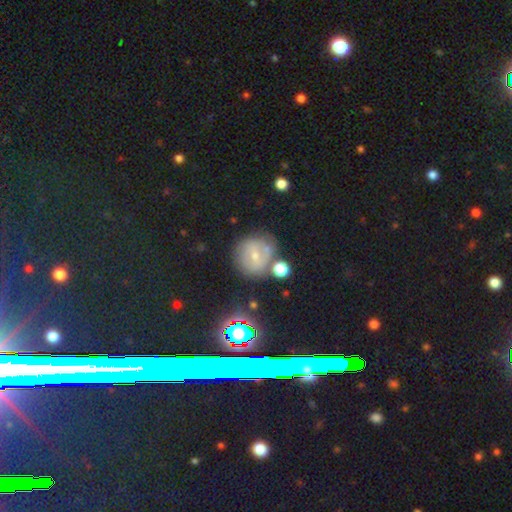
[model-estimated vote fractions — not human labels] Overall: featured or disk (50%; smooth 36%). Edge-on disk: no (96%). Merging: none (64%).